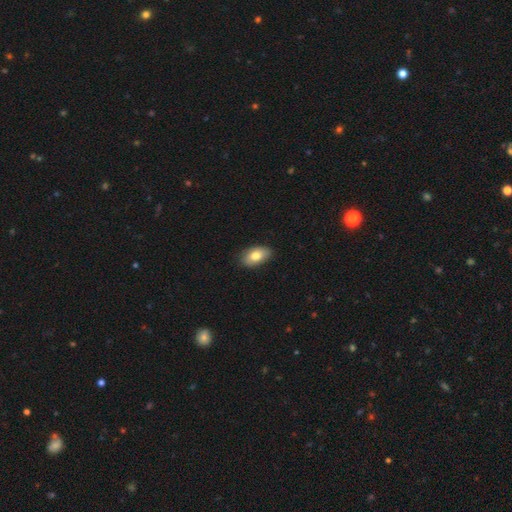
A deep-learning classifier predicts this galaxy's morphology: Smooth or featured? smooth (79%)
How rounded? in between (92%)
Merging? none (83%)